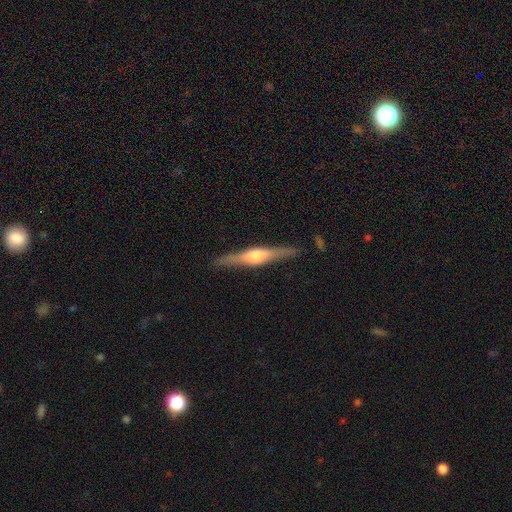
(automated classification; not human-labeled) Smooth or featured? Predicted: featured or disk (p=0.73). Edge-on disk? Predicted: yes (p=0.97). Edge-on bulge? Predicted: rounded (p=0.90). Merging? Predicted: none (p=0.89).